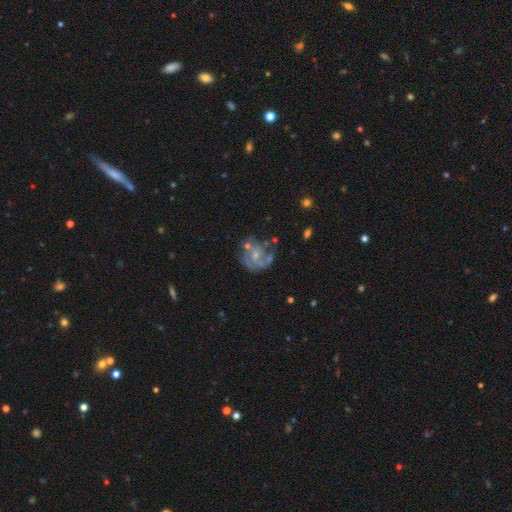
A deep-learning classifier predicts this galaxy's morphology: Smooth or featured?
  - featured or disk: 79% *
  - smooth: 14%
  - star or artifact: 7%
Edge-on disk?
  - no: 98% *
  - yes: 2%
Bar?
  - no: 64% *
  - weak: 30%
  - strong: 5%
Spiral arms?
  - yes: 84% *
  - no: 16%
Spiral winding?
  - tight: 44% *
  - medium: 40%
  - loose: 16%
Spiral arm count?
  - 2: 37% *
  - can't tell: 25%
  - 3: 16%
  - 1: 14%
  - 4: 4%
  - more than 4: 3%
Bulge size?
  - small: 57% *
  - moderate: 34%
  - none: 7%
  - large: 2%
  - dominant: 1%
Merging?
  - none: 48% *
  - minor disturbance: 22%
  - major disturbance: 20%
  - merger: 10%